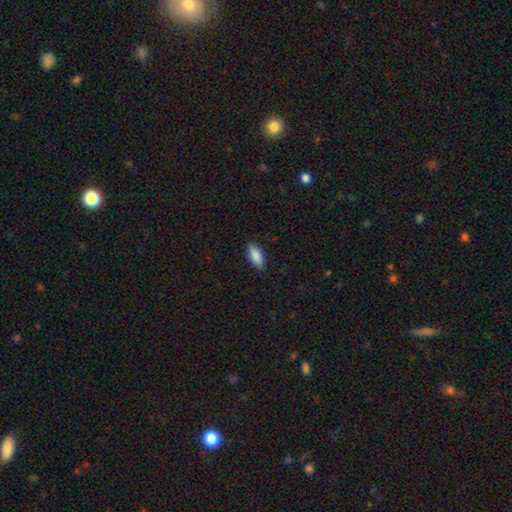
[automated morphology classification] Q: Smooth or featured?
A: smooth (87%); runner-up: featured or disk (7%)
Q: How rounded?
A: in between (83%); runner-up: cigar-shaped (15%)
Q: Merging?
A: none (86%); runner-up: minor disturbance (10%)